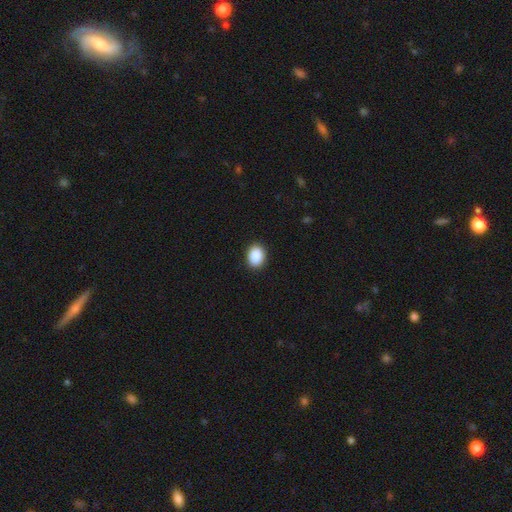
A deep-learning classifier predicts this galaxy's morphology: smooth-or-featured: smooth: 90% | star or artifact: 8% | featured or disk: 2%
  how-rounded: in between: 62% | round: 37% | cigar-shaped: 1%
  merging: none: 91% | minor disturbance: 7% | major disturbance: 2% | merger: 1%